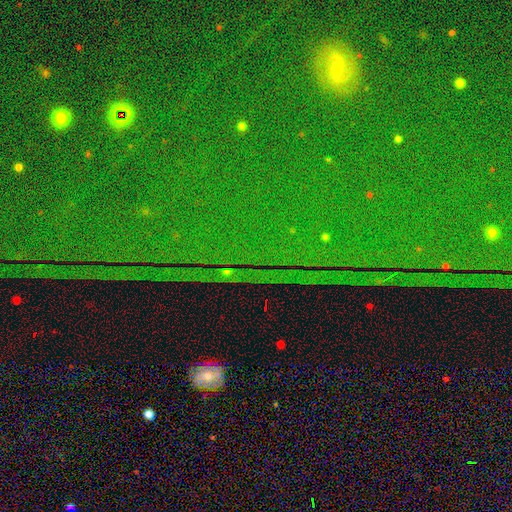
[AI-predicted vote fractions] A star or artifact, not a galaxy (82%).